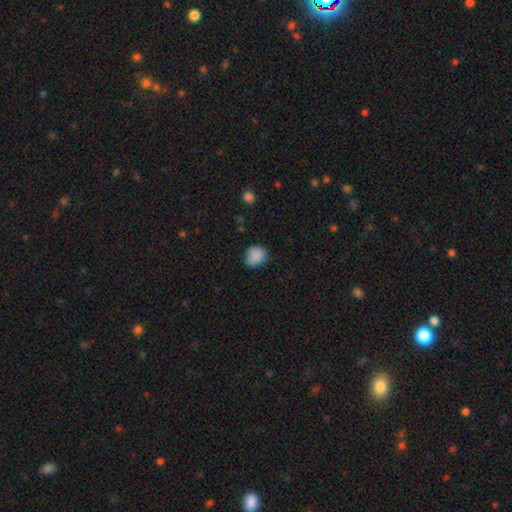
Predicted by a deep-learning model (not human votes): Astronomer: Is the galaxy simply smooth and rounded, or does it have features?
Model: smooth — 86%.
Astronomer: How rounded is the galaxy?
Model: round — 72%.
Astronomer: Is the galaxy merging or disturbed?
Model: none — 70%.